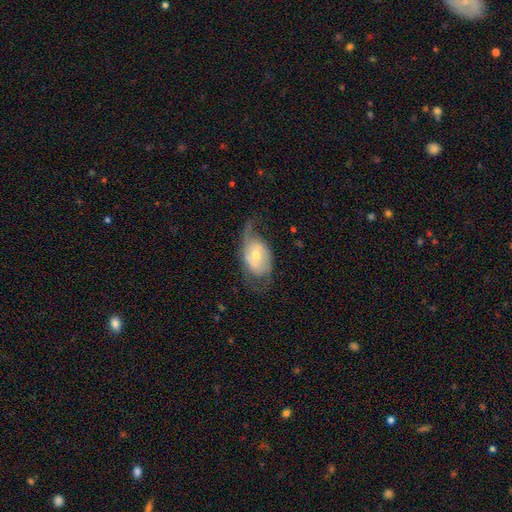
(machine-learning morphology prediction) type=featured or disk (71%); edge-on=no (95%); bar=no (54%); spiral arms=yes (85%); winding=loose (41%); arm count=2 (71%); bulge=moderate (55%); merging=none (51%).